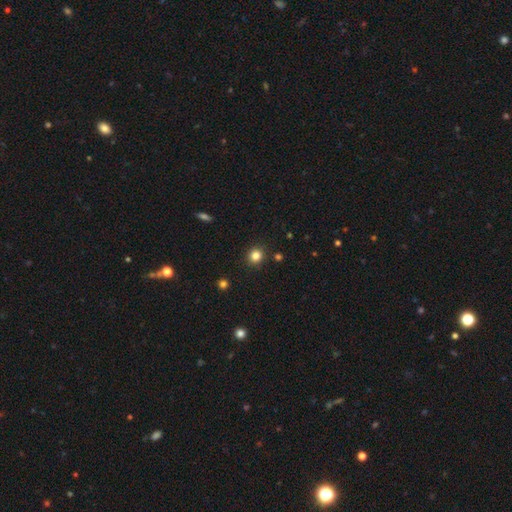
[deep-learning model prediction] Overall: smooth (82%). How rounded: round (88%). Merging: none (90%).